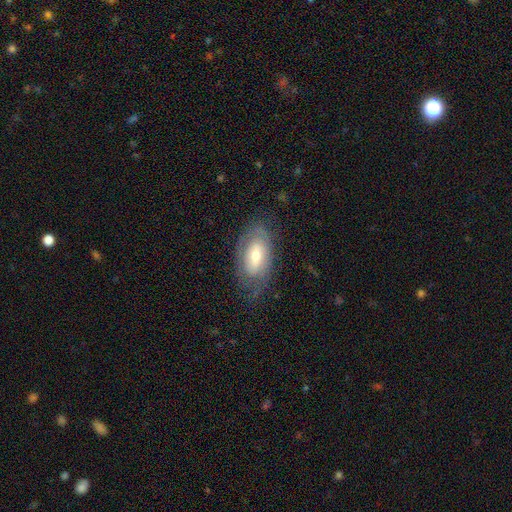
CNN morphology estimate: Overall: featured or disk (51%; smooth 42%). Edge-on disk: no (89%). Merging: none (67%).